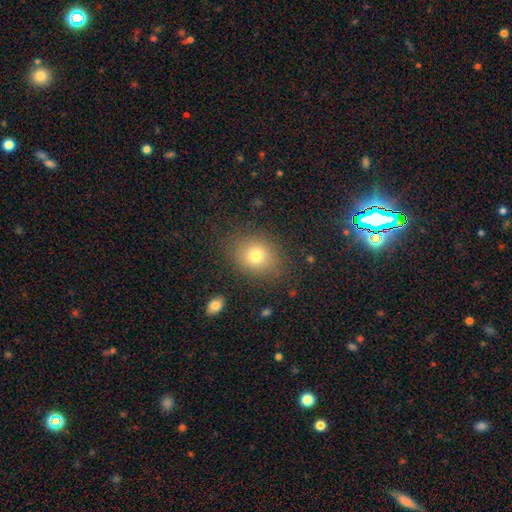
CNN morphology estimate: This appears to be a smooth galaxy with no disk features (75%) that is round (60%). Merging: none (83%).